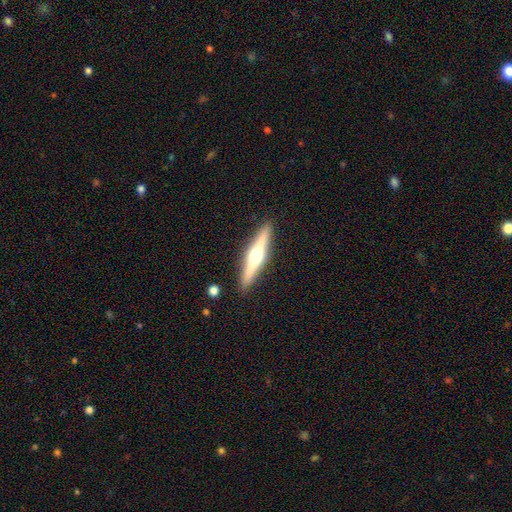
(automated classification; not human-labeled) Morphology: type=featured or disk (69%); edge-on=yes (97%); edge-on bulge=rounded (95%); merging=none (90%).